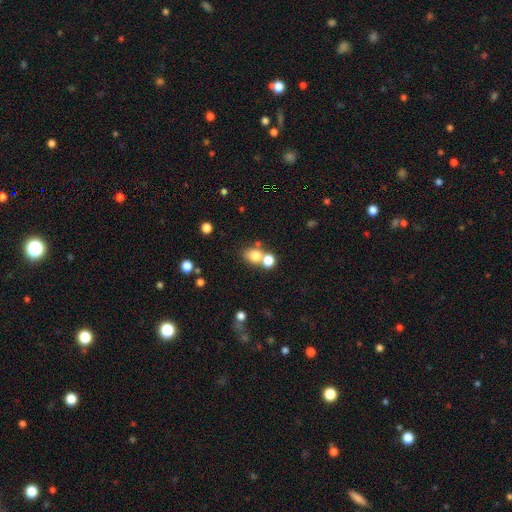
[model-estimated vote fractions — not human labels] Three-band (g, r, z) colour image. It shows a smooth galaxy with no disk features (76%) that is round (62%). Merging: none (47%).